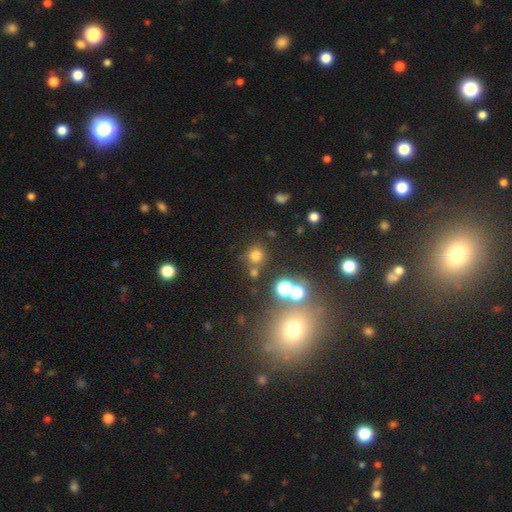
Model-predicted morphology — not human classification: This appears to be a smooth galaxy with no disk features (70%) that is round (91%). Merging: none (75%).